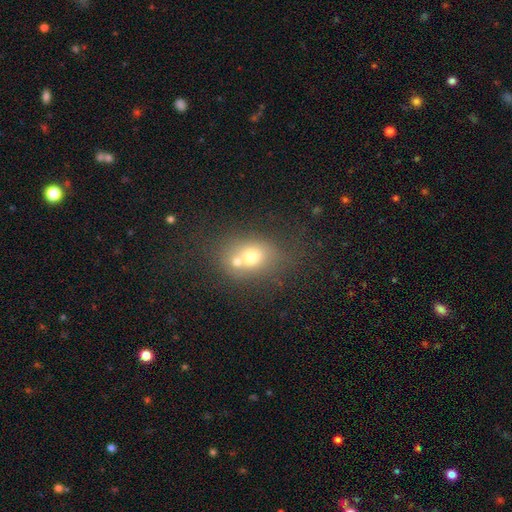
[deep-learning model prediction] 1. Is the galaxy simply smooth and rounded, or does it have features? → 60% smooth, 21% featured or disk, 19% star or artifact.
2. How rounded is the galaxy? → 52% round, 46% in between, 2% cigar-shaped.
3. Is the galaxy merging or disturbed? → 51% merger, 36% none, 9% minor disturbance, 4% major disturbance.